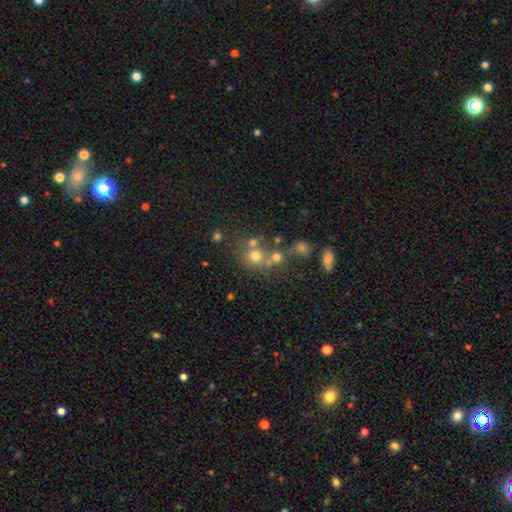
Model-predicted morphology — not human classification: This is likely a smooth galaxy (62%). How rounded: clearly round (83%). Merging: possibly none (52%).